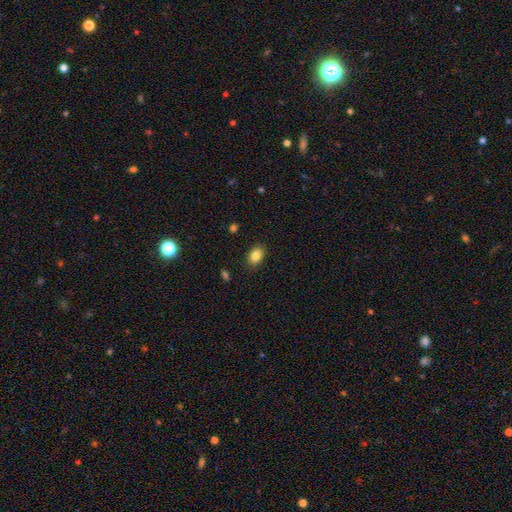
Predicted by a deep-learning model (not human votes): This appears to be a smooth galaxy with no disk features (85%) that is in between round and cigar-shaped (78%). Merging: none (87%).